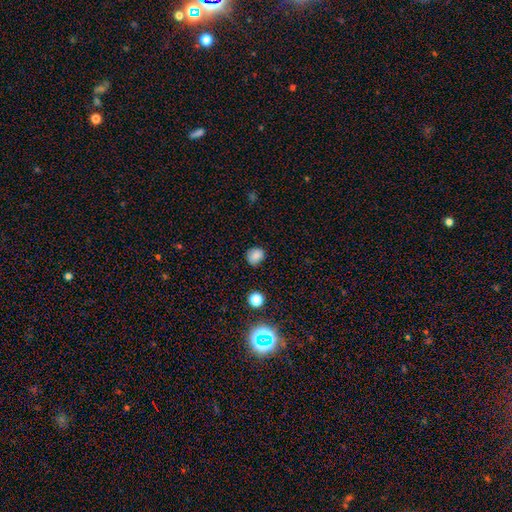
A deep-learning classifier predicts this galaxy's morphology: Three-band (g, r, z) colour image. It shows a smooth galaxy with no disk features (82%) that is round (72%). Merging: none (76%).